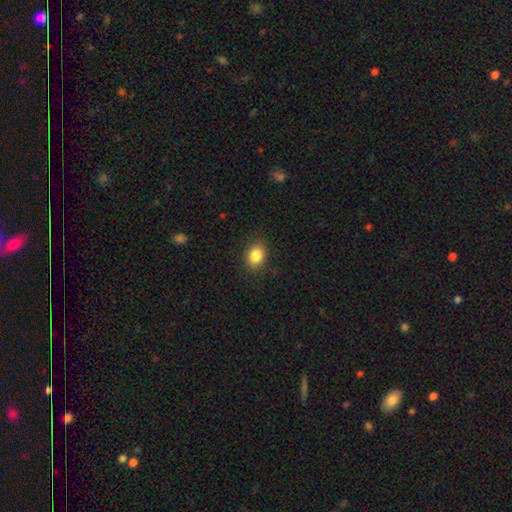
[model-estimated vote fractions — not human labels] The model was most divided on "how rounded": in between: 59%, round: 40%, cigar-shaped: 1%. More confident: merging — none (88%); smooth or featured — smooth (85%).